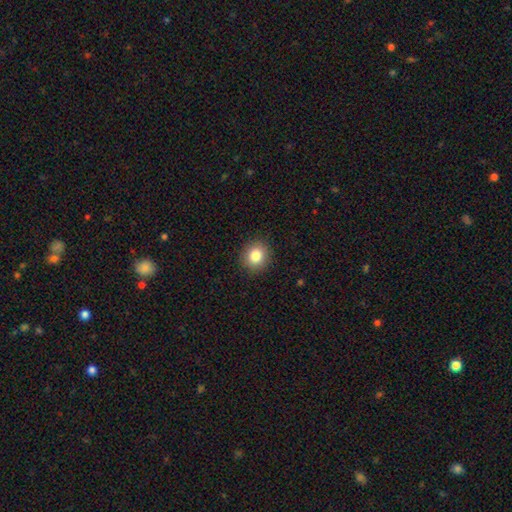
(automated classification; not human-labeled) smooth 83%, star or artifact 10%, featured or disk 7%. Down the decision tree: how rounded — round (82%); merging — none (91%).